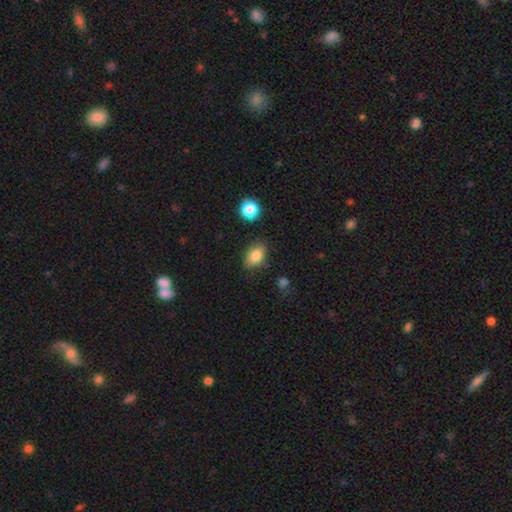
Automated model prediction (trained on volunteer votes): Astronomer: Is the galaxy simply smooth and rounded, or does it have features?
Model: smooth — 82%.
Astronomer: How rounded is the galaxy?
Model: in between — 83%.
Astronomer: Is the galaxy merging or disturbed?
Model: none — 82%.